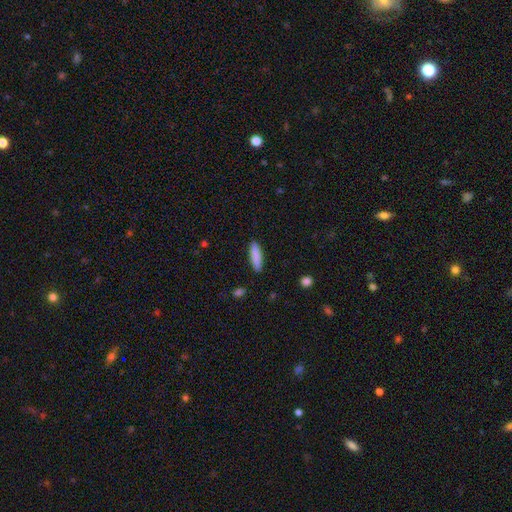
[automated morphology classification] A smooth galaxy with no disk features (86%) that is cigar-shaped (72%).

Vote fractions:
- Smooth or featured? smooth: 86% / featured or disk: 8% / star or artifact: 6%
- How rounded? cigar-shaped: 72% / in between: 26% / round: 1%
- Merging? none: 89% / minor disturbance: 8% / major disturbance: 2% / merger: 1%